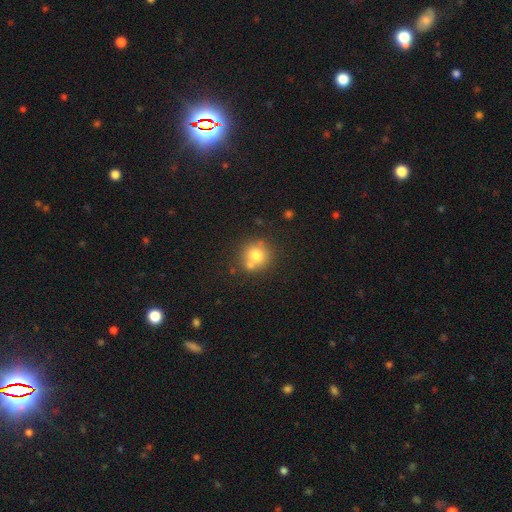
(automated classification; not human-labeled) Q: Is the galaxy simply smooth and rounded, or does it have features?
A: smooth — 74%.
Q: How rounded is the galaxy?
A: round — 89%.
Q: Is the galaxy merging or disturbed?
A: none — 61%.